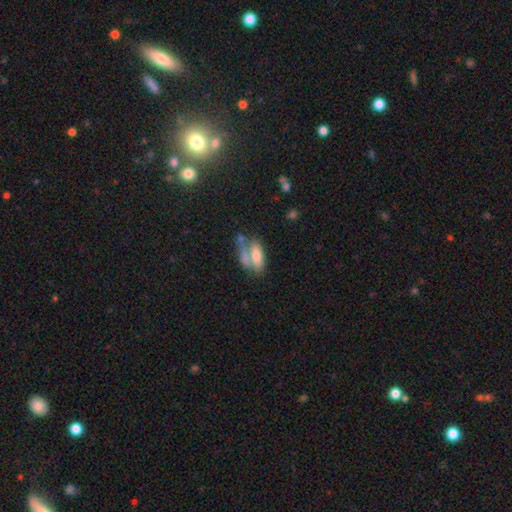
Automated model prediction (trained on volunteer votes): This appears to be a smooth galaxy with no disk features (71%) that is in between round and cigar-shaped (83%). Merging: merger (36%).